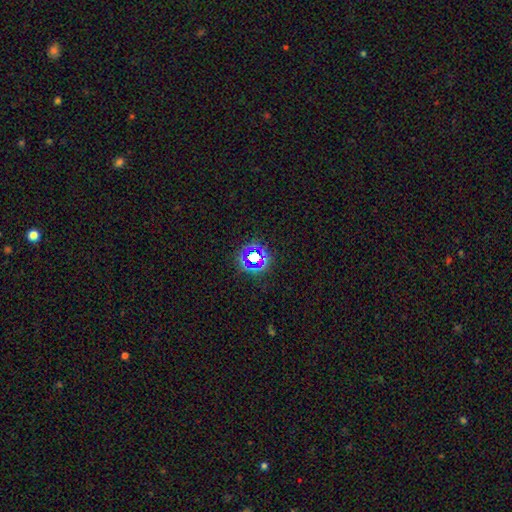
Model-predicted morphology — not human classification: Smooth or featured? Predicted: star or artifact (p=0.67).